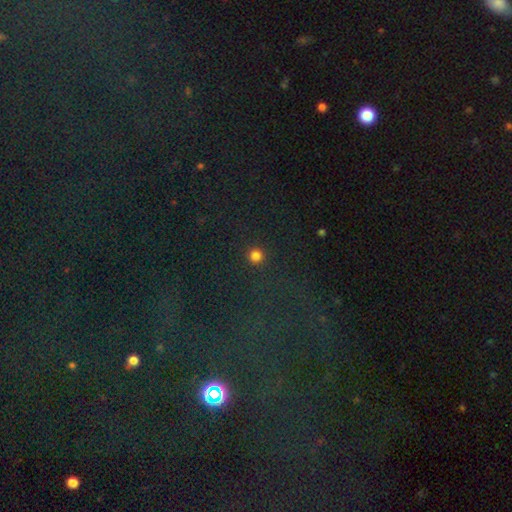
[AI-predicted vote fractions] Morphology: type=smooth (82%); roundness=round (95%); merging=none (92%).